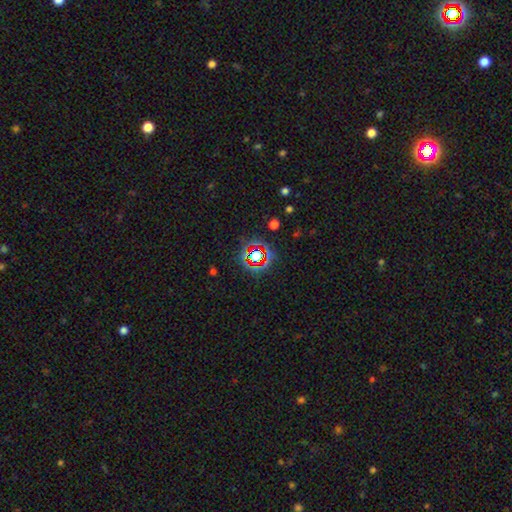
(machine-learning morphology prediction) star or artifact 69%, smooth 20%, featured or disk 11%.